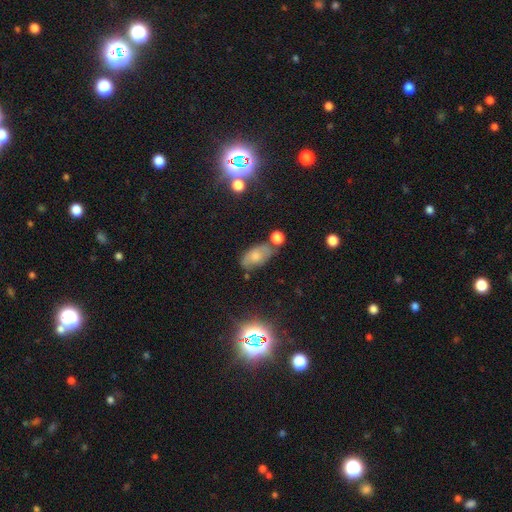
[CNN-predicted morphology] type=smooth (64%); roundness=in between (90%); merging=none (59%).